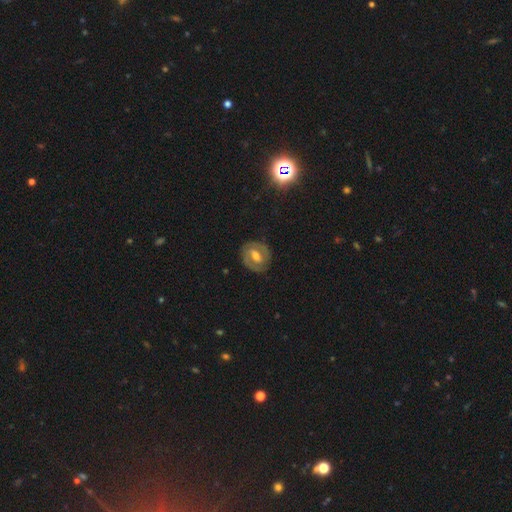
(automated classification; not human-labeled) featured or disk 66%, smooth 27%, star or artifact 7%. Down the decision tree: edge-on disk — no (95%); bar — weak (46%); spiral arms — yes (66%); bulge size — moderate (64%); merging — none (82%).